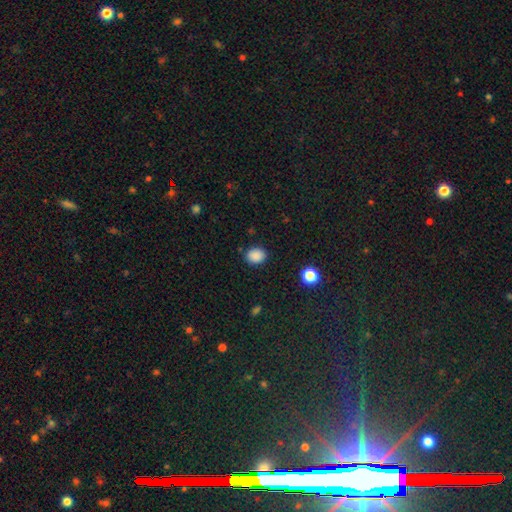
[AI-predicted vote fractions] smooth-or-featured: smooth: 87% | star or artifact: 10% | featured or disk: 3%
  how-rounded: round: 50% | in between: 49% | cigar-shaped: 1%
  merging: none: 86% | minor disturbance: 10% | major disturbance: 3% | merger: 1%